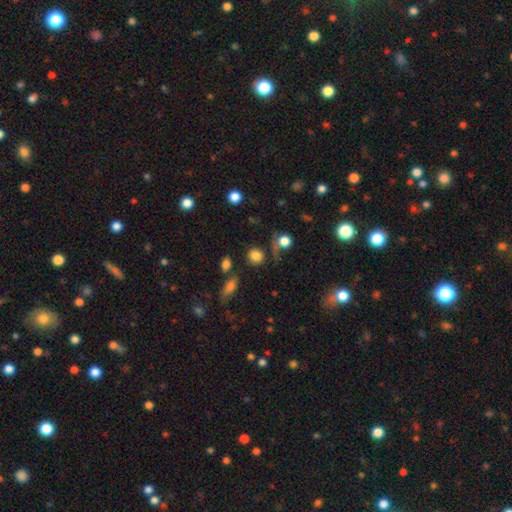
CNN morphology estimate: This is likely a smooth galaxy (79%). How rounded: clearly round (84%). Merging: likely none (65%).